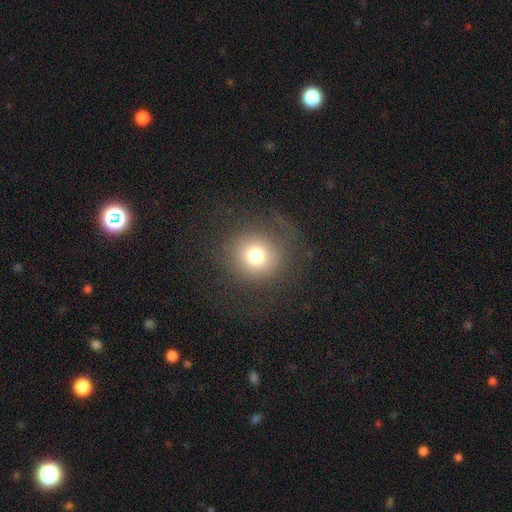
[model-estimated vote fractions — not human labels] Smooth or featured? Predicted: smooth (p=0.74). How rounded? Predicted: round (p=0.90). Merging? Predicted: none (p=0.77).